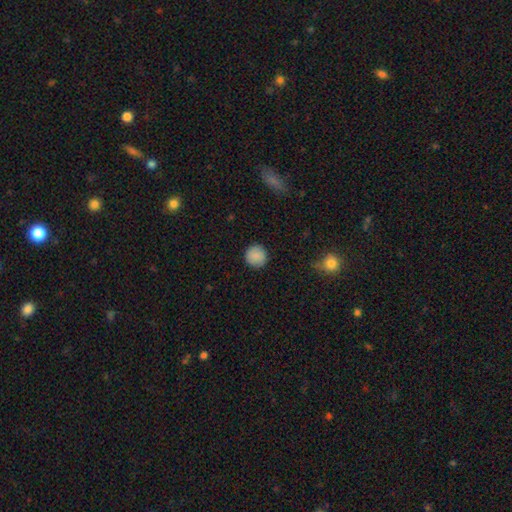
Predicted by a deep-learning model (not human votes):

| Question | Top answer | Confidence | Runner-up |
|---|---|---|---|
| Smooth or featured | smooth | 88% | star or artifact (8%) |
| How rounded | round | 95% | in between (4%) |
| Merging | none | 91% | minor disturbance (6%) |